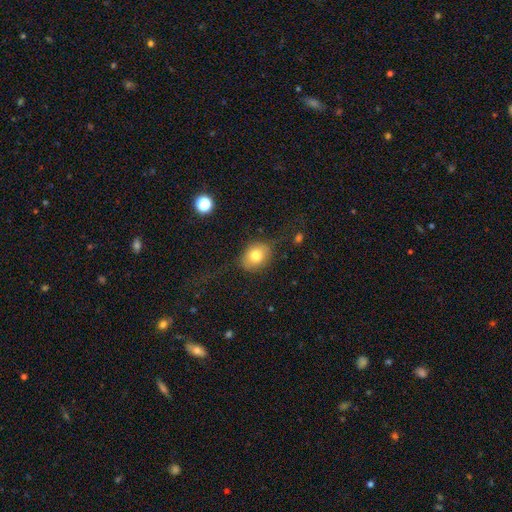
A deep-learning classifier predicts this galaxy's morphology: The model was most divided on "how rounded": in between: 56%, round: 43%, cigar-shaped: 1%. More confident: smooth or featured — smooth (75%); merging — none (74%).